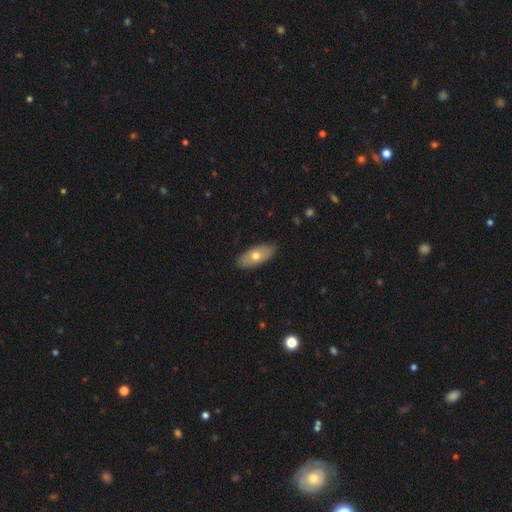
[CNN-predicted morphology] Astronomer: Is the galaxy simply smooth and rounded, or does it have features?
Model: smooth — 63%.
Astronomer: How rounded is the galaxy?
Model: in between — 88%.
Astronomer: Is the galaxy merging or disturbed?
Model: none — 87%.